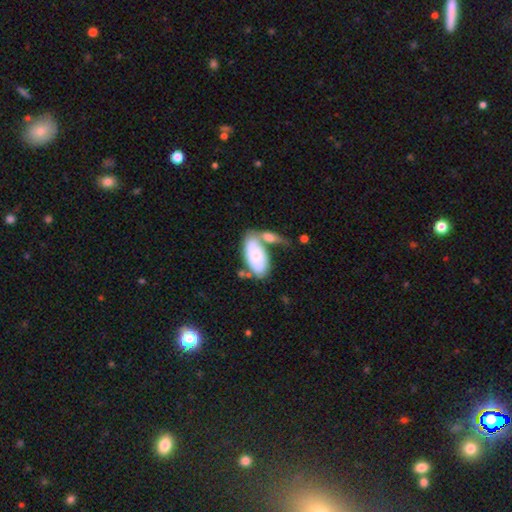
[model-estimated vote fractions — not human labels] This appears to be a smooth galaxy with no disk features (65%) that is in between round and cigar-shaped (92%). Merging: merger (42%).